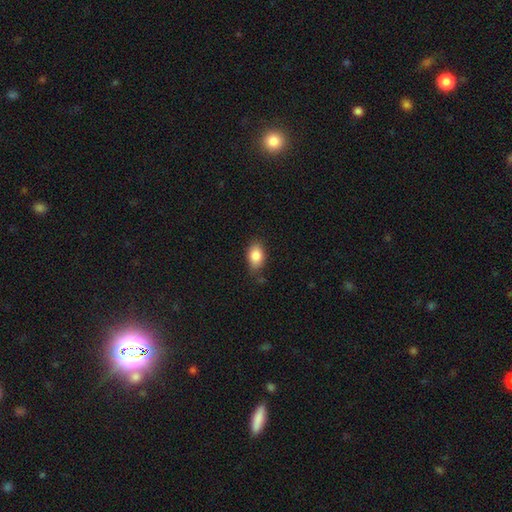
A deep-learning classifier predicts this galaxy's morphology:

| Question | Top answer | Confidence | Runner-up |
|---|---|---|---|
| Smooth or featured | smooth | 85% | star or artifact (8%) |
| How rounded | in between | 86% | round (12%) |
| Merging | none | 75% | minor disturbance (19%) |